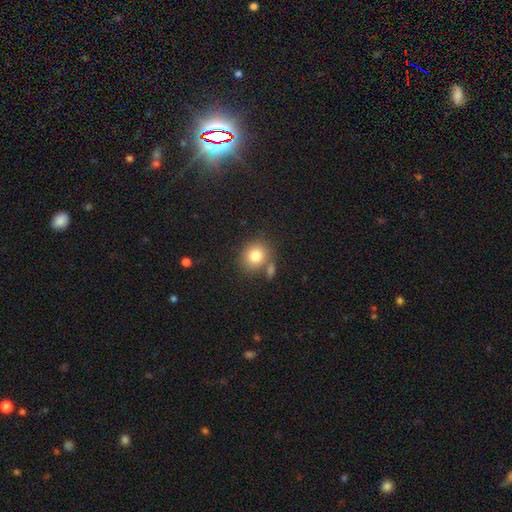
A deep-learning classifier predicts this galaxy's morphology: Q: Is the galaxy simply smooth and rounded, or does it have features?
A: smooth — 81%.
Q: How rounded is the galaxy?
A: round — 76%.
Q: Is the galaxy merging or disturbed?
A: none — 66%.